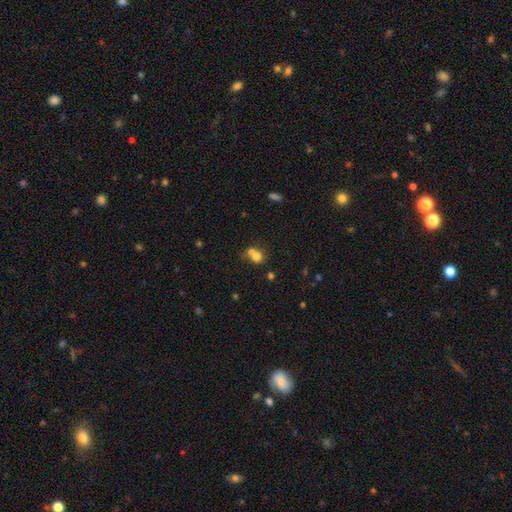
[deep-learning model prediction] Q: Smooth or featured?
A: smooth (72%); runner-up: featured or disk (15%)
Q: How rounded?
A: round (68%); runner-up: in between (31%)
Q: Merging?
A: merger (58%); runner-up: none (29%)